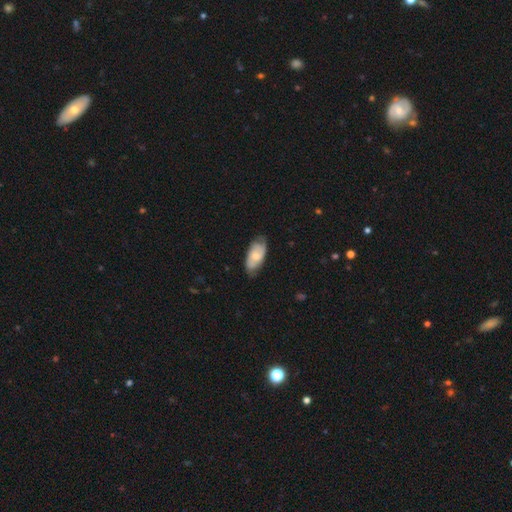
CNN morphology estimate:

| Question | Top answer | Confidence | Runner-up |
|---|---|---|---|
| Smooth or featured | smooth | 54% | featured or disk (40%) |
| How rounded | in between | 90% | cigar-shaped (7%) |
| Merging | none | 69% | minor disturbance (25%) |